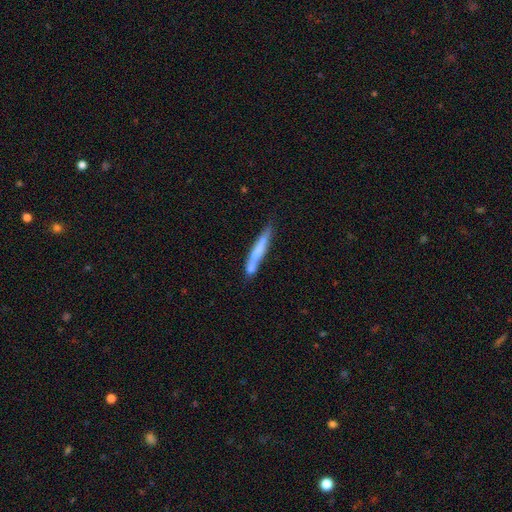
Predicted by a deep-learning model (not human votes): smooth_or_featured: smooth (p=0.56) [alt: featured or disk p=0.35]
how_rounded: cigar-shaped (p=0.94) [alt: in between p=0.05]
merging: none (p=0.74) [alt: minor disturbance p=0.14]